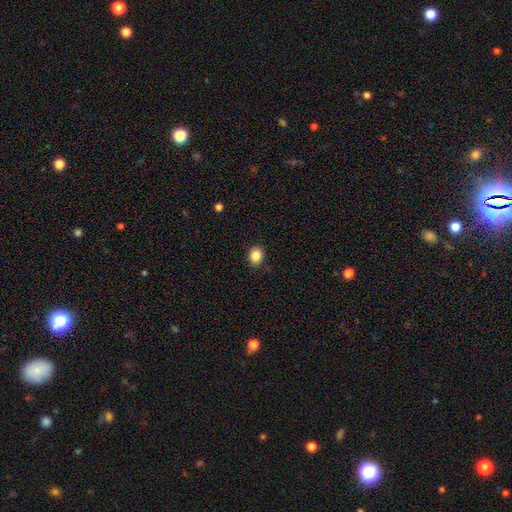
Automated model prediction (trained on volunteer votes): A smooth galaxy with no disk features (85%) that is round (64%). Merging: none (89%).